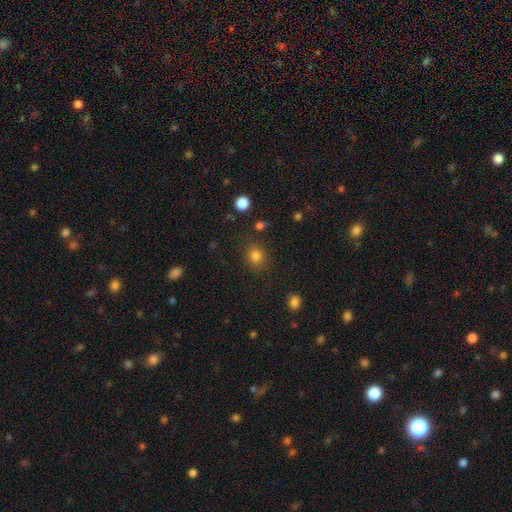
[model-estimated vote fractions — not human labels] Smooth or featured? Predicted: smooth (p=0.81). How rounded? Predicted: round (p=0.74). Merging? Predicted: none (p=0.82).